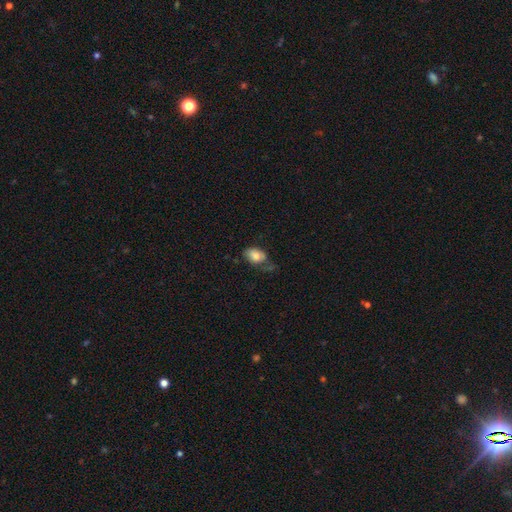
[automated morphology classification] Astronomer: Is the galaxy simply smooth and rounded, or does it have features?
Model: smooth — 78%.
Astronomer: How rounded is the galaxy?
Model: in between — 85%.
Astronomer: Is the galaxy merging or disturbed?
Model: none — 44% (runner-up: minor disturbance, 32%).